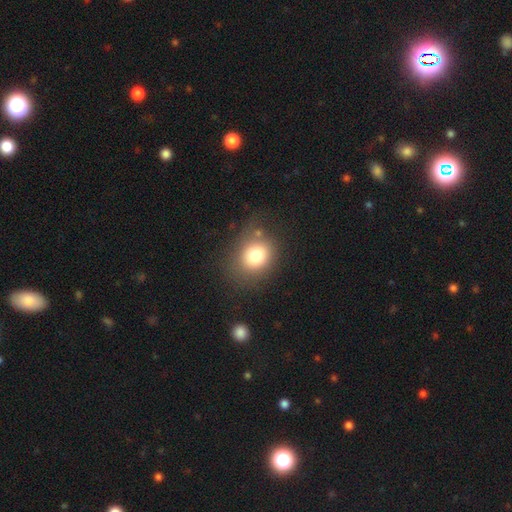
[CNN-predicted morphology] smooth-or-featured: smooth: 79% | star or artifact: 11% | featured or disk: 10%
  how-rounded: round: 63% | in between: 36% | cigar-shaped: 1%
  merging: none: 70% | minor disturbance: 17% | major disturbance: 8% | merger: 5%